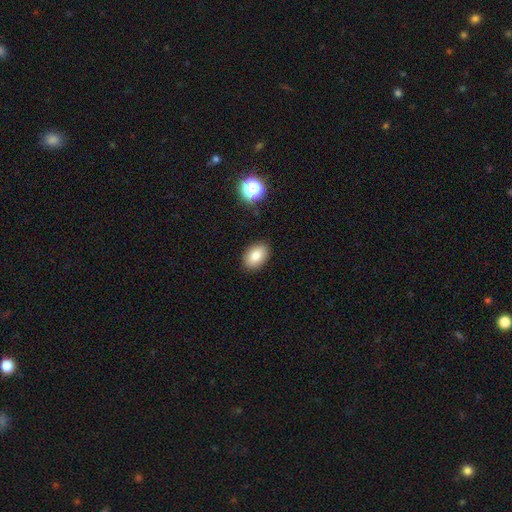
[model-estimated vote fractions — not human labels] Smooth or featured? smooth (82%)
How rounded? in between (86%)
Merging? none (88%)